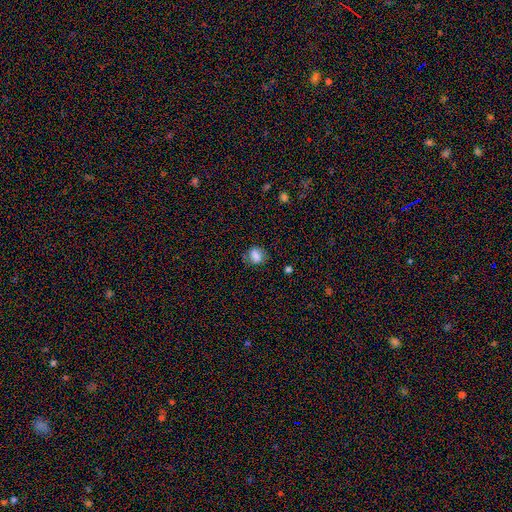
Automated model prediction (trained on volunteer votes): smooth-or-featured: smooth: 76% | star or artifact: 12% | featured or disk: 11%
  how-rounded: round: 49% | in between: 48% | cigar-shaped: 3%
  merging: none: 76% | minor disturbance: 17% | major disturbance: 5% | merger: 2%